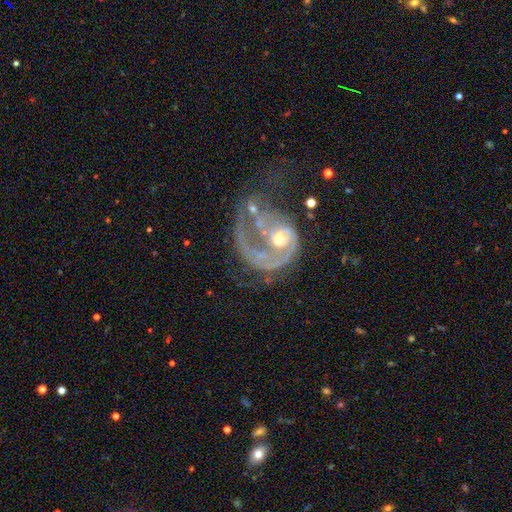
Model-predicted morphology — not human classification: Q: Smooth or featured?
A: featured or disk (85%); runner-up: smooth (9%)
Q: Edge-on disk?
A: no (98%); runner-up: yes (2%)
Q: Bar?
A: no (70%); runner-up: weak (24%)
Q: Spiral arms?
A: yes (86%); runner-up: no (14%)
Q: Spiral winding?
A: medium (38%); runner-up: loose (32%)
Q: Spiral arm count?
A: 1 (67%); runner-up: 2 (17%)
Q: Bulge size?
A: moderate (59%); runner-up: small (32%)
Q: Merging?
A: major disturbance (45%); runner-up: none (22%)